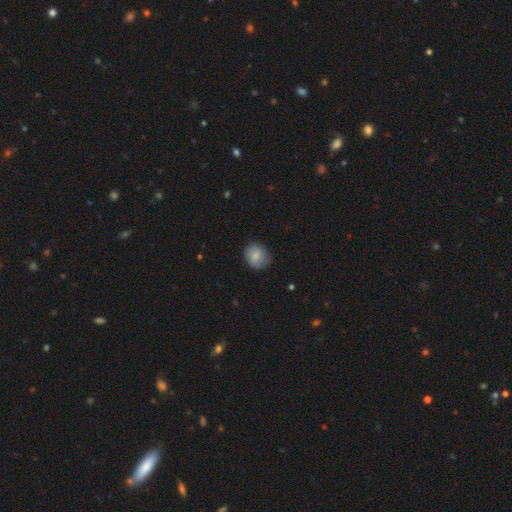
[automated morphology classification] smooth 82%, featured or disk 11%, star or artifact 7%. Down the decision tree: how rounded — round (78%); merging — none (77%).